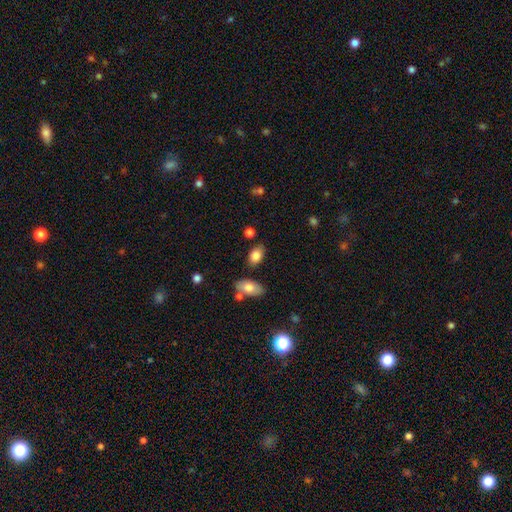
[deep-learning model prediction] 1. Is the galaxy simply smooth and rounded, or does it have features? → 83% smooth, 9% featured or disk, 8% star or artifact.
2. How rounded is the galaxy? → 89% in between, 9% round, 2% cigar-shaped.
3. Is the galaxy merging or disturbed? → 78% none, 13% minor disturbance, 6% merger, 3% major disturbance.